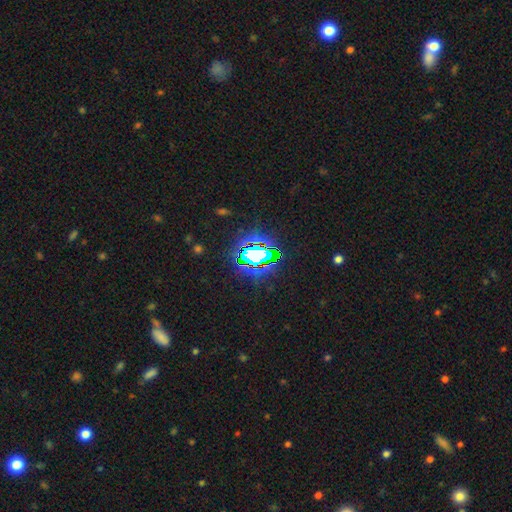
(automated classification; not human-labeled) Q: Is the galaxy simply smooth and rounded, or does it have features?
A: star or artifact — 70%.